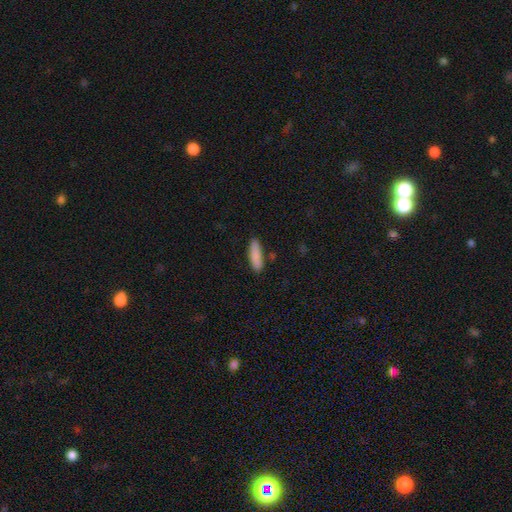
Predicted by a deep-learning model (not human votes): Smooth or featured: smooth — 87% (featured or disk — 7%)
How rounded: cigar-shaped — 60% (in between — 38%)
Merging: none — 85% (minor disturbance — 10%)